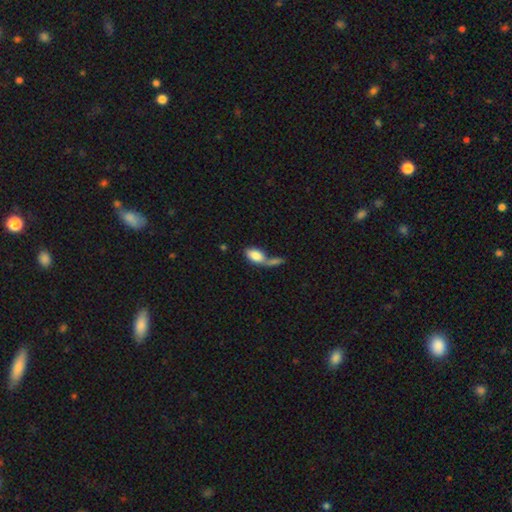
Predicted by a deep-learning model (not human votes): This appears to be a smooth galaxy with no disk features (81%) that is in between round and cigar-shaped (91%). Merging: merger (52%).